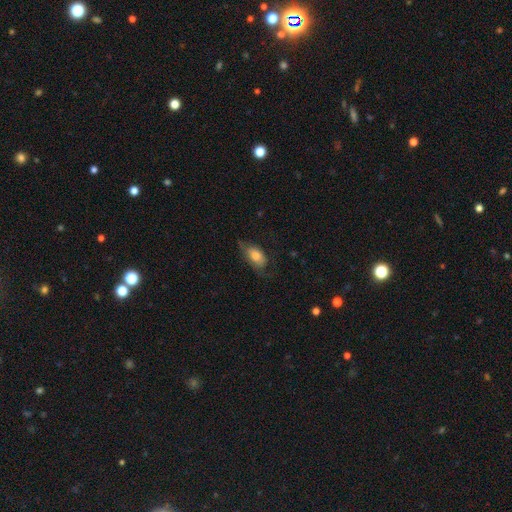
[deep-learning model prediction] Smooth or featured? smooth (72%)
How rounded? in between (89%)
Merging? none (52%)